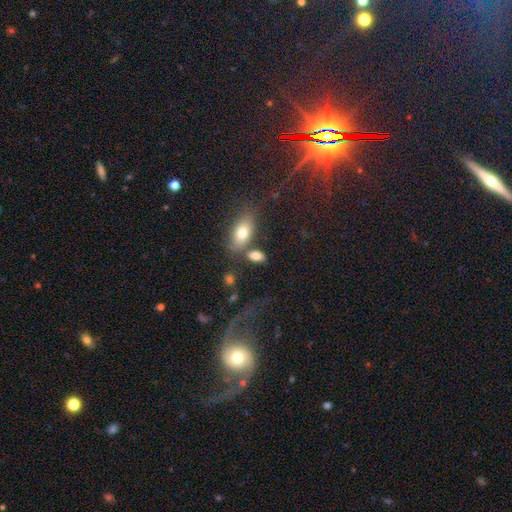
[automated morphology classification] Smooth or featured: smooth — 80% (featured or disk — 11%)
How rounded: in between — 87% (round — 8%)
Merging: none — 60% (merger — 21%)